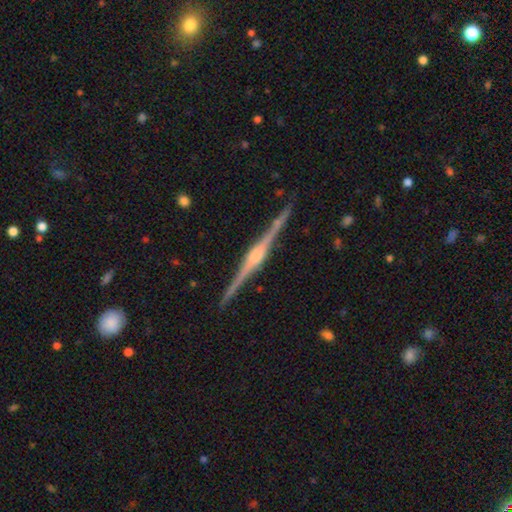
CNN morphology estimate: smooth-or-featured: featured or disk: 90% | smooth: 5% | star or artifact: 5%
  disk-edge-on: yes: 99% | no: 1%
    edge-on-bulge: rounded: 81% | boxy: 15% | none: 5%
  merging: none: 92% | minor disturbance: 6% | major disturbance: 1% | merger: 1%